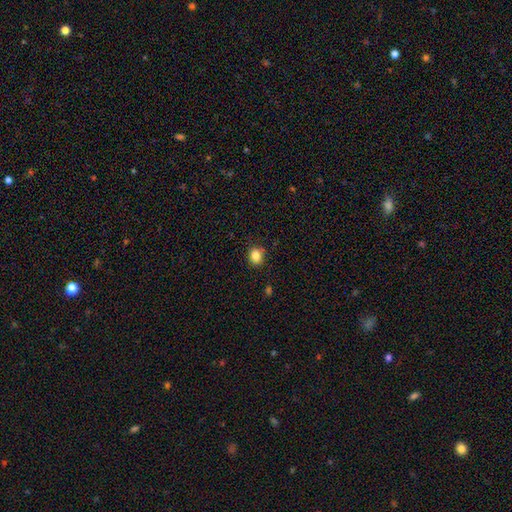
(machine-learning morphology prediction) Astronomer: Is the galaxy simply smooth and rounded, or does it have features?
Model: smooth — 84%.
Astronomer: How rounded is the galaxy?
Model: round — 70%.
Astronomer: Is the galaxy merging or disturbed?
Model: none — 83%.